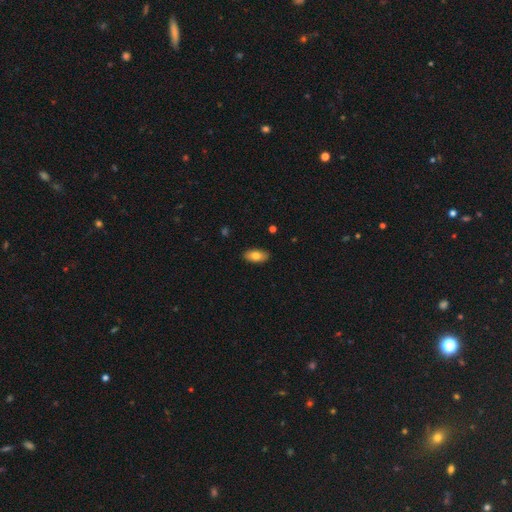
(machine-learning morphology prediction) smooth_or_featured: smooth (p=0.78) [alt: featured or disk p=0.15]
how_rounded: in between (p=0.91) [alt: cigar-shaped p=0.05]
merging: none (p=0.89) [alt: minor disturbance p=0.08]